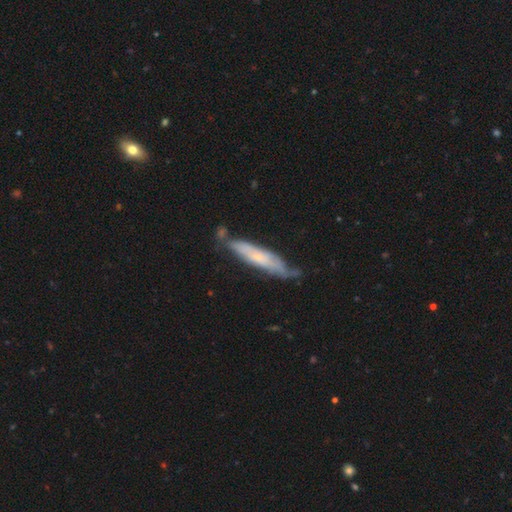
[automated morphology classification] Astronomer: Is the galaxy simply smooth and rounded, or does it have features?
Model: featured or disk — 50% (runner-up: smooth, 44%).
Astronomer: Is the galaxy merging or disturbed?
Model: none — 58%.